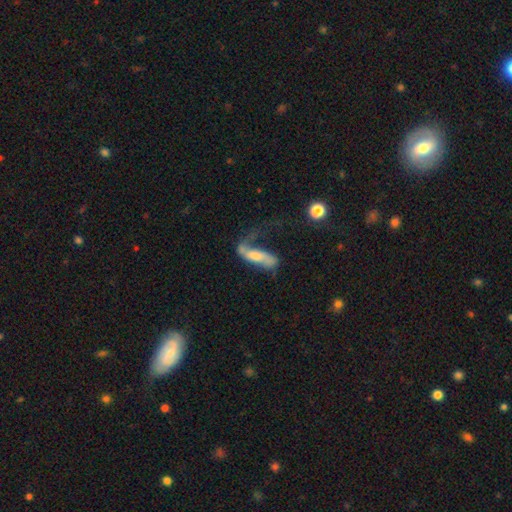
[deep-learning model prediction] A featured or disk galaxy (55%).

Vote fractions:
- Smooth or featured? featured or disk: 55% / smooth: 37% / star or artifact: 9%
- Edge-on disk? no: 79% / yes: 21%
- Merging? major disturbance: 46% / none: 27% / minor disturbance: 18% / merger: 10%